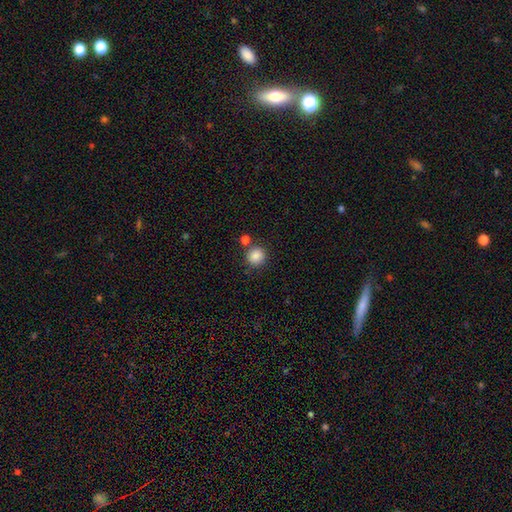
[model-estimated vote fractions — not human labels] A smooth galaxy with no disk features (87%) that is round (90%).

Vote fractions:
- Smooth or featured? smooth: 87% / star or artifact: 10% / featured or disk: 3%
- How rounded? round: 90% / in between: 9% / cigar-shaped: 1%
- Merging? none: 78% / merger: 10% / minor disturbance: 9% / major disturbance: 3%